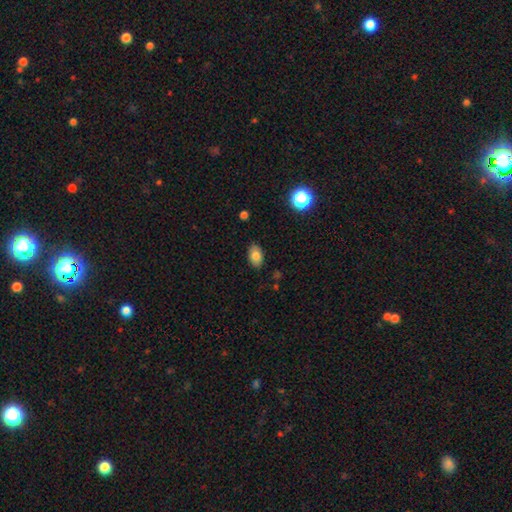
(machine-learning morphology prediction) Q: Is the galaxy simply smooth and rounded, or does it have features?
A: smooth — 80%.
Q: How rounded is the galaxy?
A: in between — 87%.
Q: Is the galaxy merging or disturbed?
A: none — 85%.